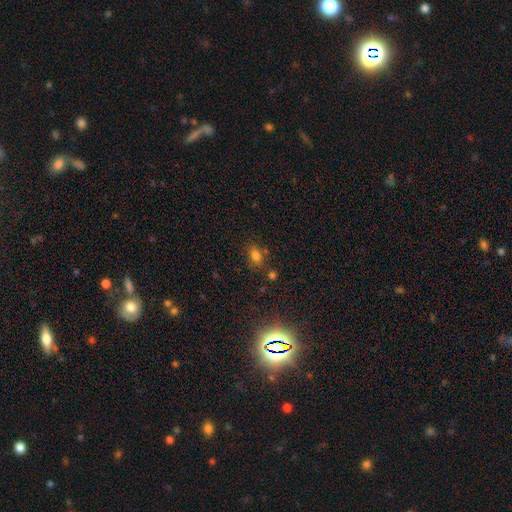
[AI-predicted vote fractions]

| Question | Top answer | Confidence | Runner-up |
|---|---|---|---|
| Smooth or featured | smooth | 76% | star or artifact (17%) |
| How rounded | in between | 74% | round (24%) |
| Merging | none | 72% | minor disturbance (14%) |